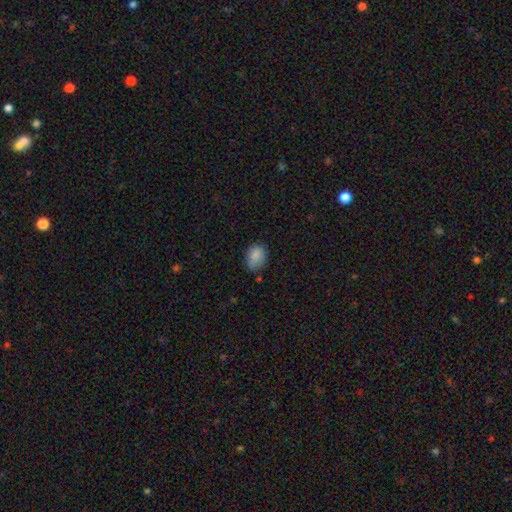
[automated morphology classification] A smooth galaxy with no disk features (85%) that is in between round and cigar-shaped (75%). Merging: none (64%).